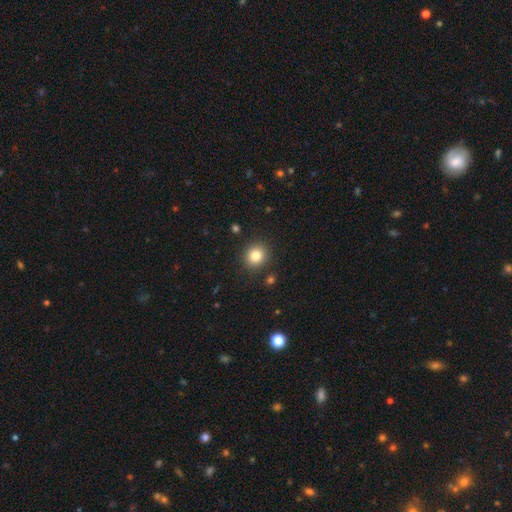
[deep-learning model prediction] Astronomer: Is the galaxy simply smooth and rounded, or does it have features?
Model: smooth — 82%.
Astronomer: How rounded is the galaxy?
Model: round — 86%.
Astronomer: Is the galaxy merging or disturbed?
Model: none — 90%.